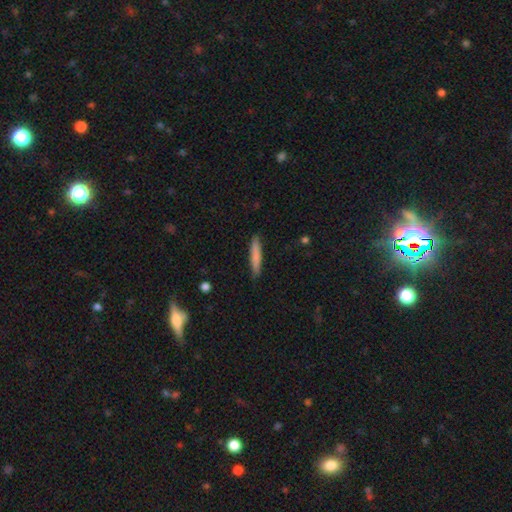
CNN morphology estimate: A smooth galaxy with no disk features (78%) that is cigar-shaped (93%).

Vote fractions:
- Smooth or featured? smooth: 78% / featured or disk: 16% / star or artifact: 6%
- How rounded? cigar-shaped: 93% / in between: 6% / round: 1%
- Merging? none: 88% / minor disturbance: 9% / major disturbance: 2% / merger: 1%